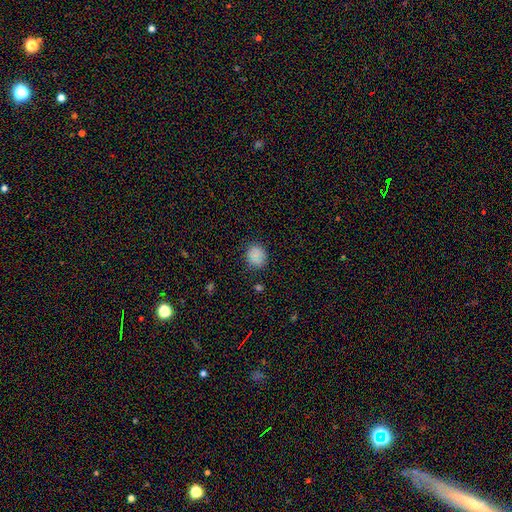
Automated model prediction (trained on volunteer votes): Smooth or featured? smooth (76%)
How rounded? round (76%)
Merging? none (85%)